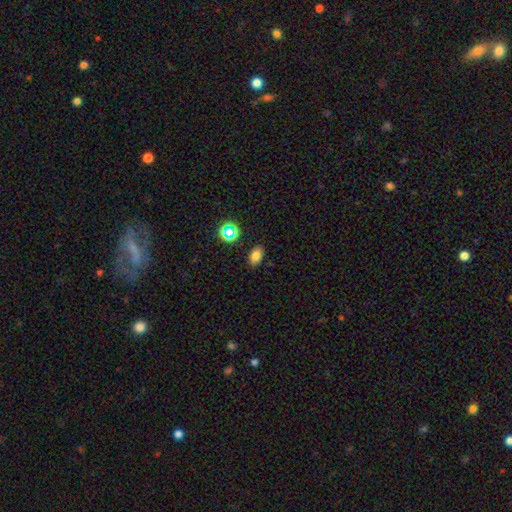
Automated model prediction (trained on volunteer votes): smooth 77%, star or artifact 15%, featured or disk 8%. Down the decision tree: how rounded — in between (87%); merging — none (86%).